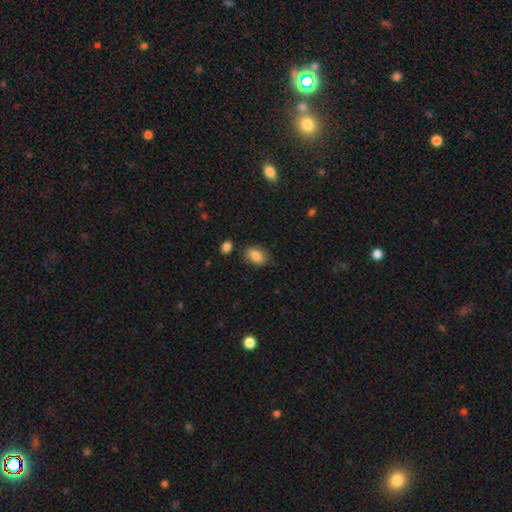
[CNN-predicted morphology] This is clearly a smooth galaxy (84%). How rounded: clearly in between (85%). Merging: likely none (75%).